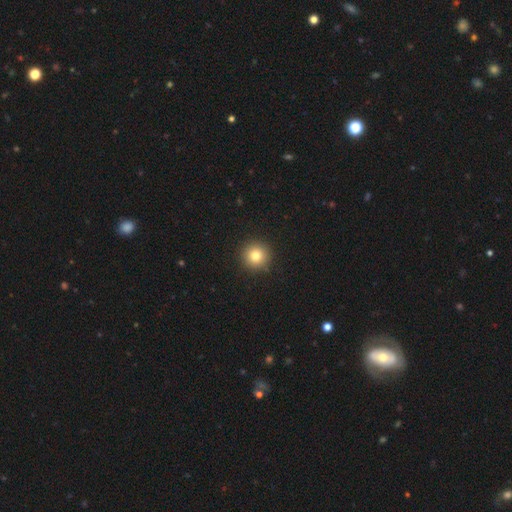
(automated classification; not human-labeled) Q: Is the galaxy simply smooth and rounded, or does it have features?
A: smooth — 80%.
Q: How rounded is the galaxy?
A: round — 96%.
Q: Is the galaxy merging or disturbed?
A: none — 92%.